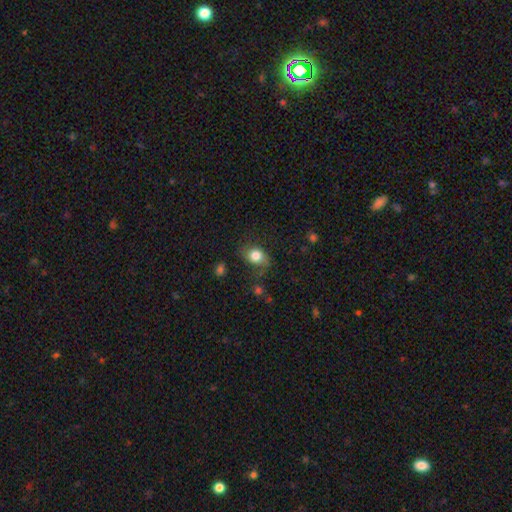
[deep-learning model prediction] Smooth or featured? smooth (77%)
How rounded? in between (60%)
Merging? none (61%)